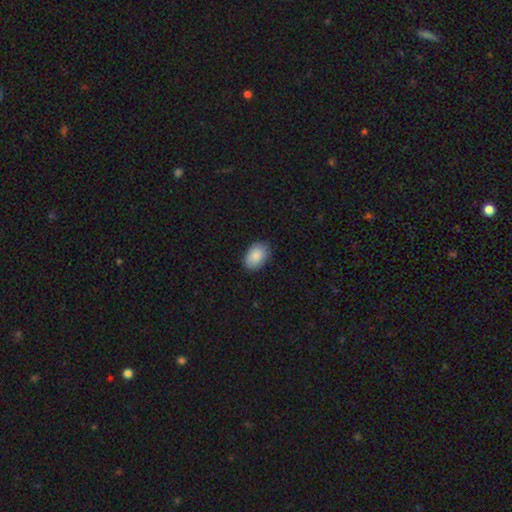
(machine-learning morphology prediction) smooth-or-featured: smooth: 89% | star or artifact: 6% | featured or disk: 5%
  how-rounded: in between: 88% | round: 11% | cigar-shaped: 1%
  merging: none: 87% | minor disturbance: 10% | major disturbance: 2% | merger: 1%